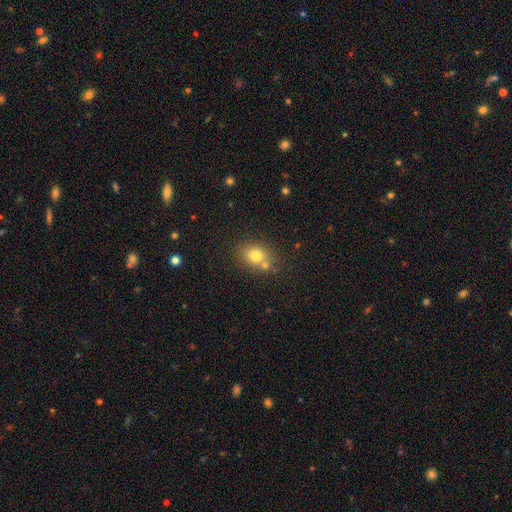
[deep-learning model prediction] Smooth or featured?
  - smooth: 76% *
  - star or artifact: 13%
  - featured or disk: 11%
How rounded?
  - round: 56% *
  - in between: 43%
  - cigar-shaped: 1%
Merging?
  - none: 66% *
  - merger: 18%
  - minor disturbance: 12%
  - major disturbance: 4%